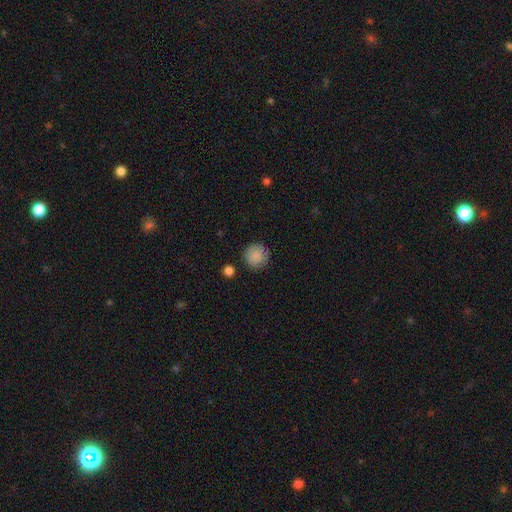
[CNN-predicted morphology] smooth_or_featured: smooth (p=0.86) [alt: star or artifact p=0.08]
how_rounded: round (p=0.94) [alt: in between p=0.05]
merging: none (p=0.84) [alt: minor disturbance p=0.10]